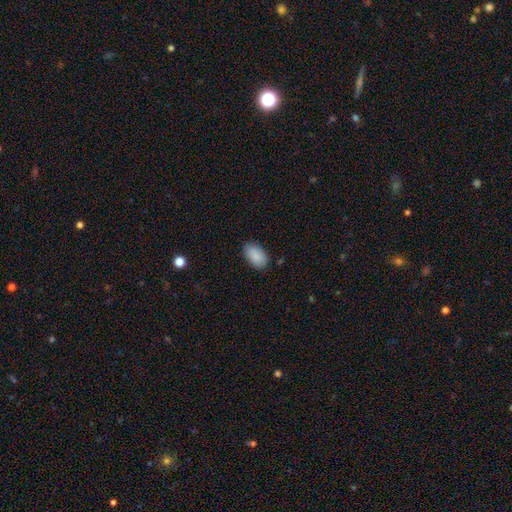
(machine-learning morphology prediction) This appears to be a smooth galaxy with no disk features (88%) that is in between round and cigar-shaped (94%). Merging: none (84%).